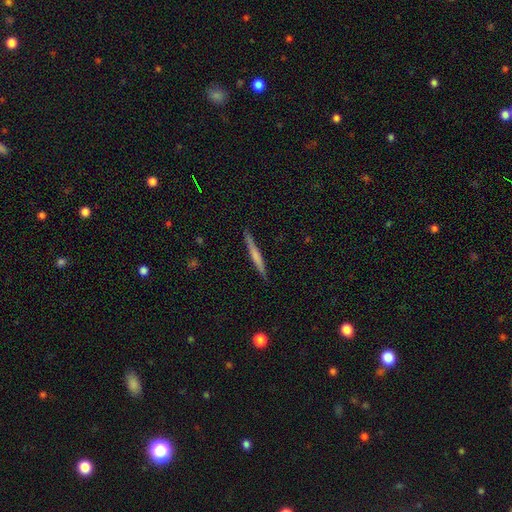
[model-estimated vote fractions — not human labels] Smooth or featured? Predicted: smooth (p=0.52). How rounded? Predicted: cigar-shaped (p=0.96). Merging? Predicted: none (p=0.89).